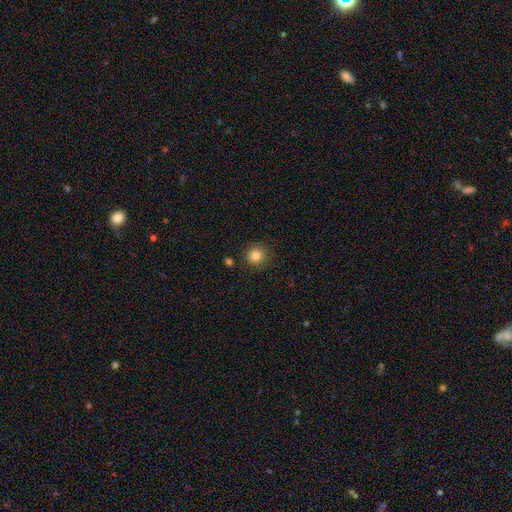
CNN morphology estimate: smooth_or_featured: smooth (p=0.83) [alt: star or artifact p=0.11]
how_rounded: round (p=0.91) [alt: in between p=0.08]
merging: none (p=0.87) [alt: minor disturbance p=0.07]